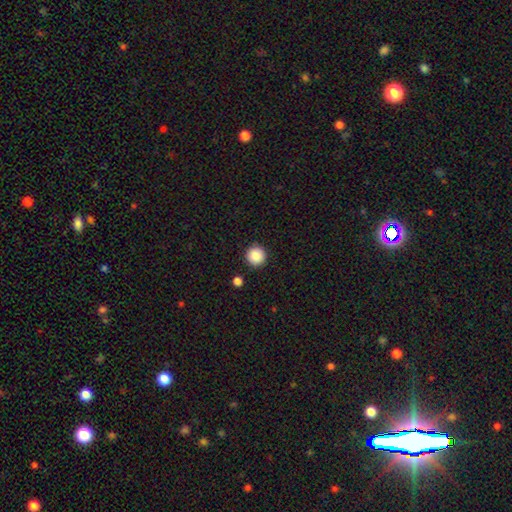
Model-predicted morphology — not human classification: A smooth galaxy with no disk features (87%) that is round (96%). Merging: none (91%).